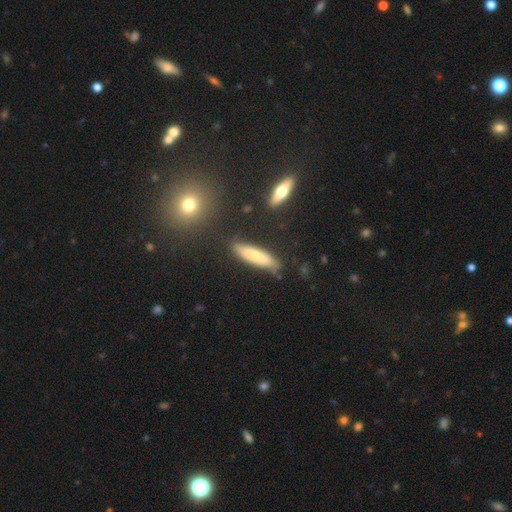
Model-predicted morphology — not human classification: Q: Smooth or featured?
A: smooth (64%); runner-up: featured or disk (29%)
Q: How rounded?
A: cigar-shaped (68%); runner-up: in between (30%)
Q: Merging?
A: none (77%); runner-up: minor disturbance (16%)